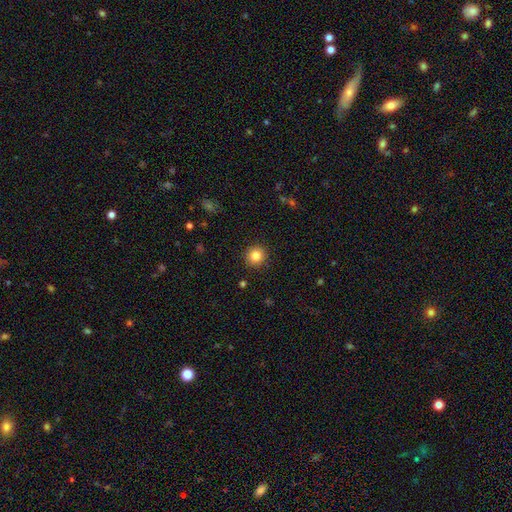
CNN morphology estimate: type=smooth (84%); roundness=round (93%); merging=none (91%).